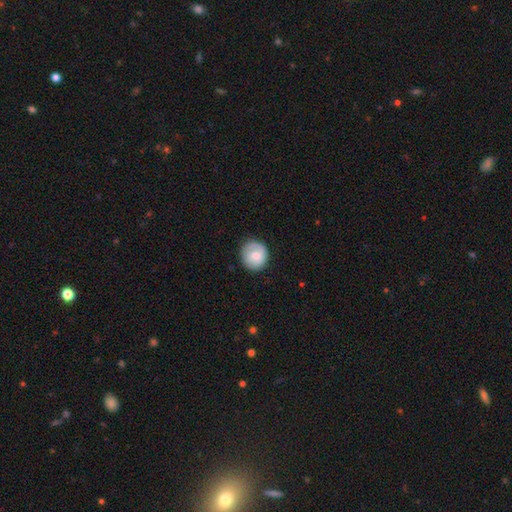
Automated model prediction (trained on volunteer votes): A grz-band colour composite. It shows a smooth galaxy with no disk features (71%) that is round (87%). Merging: none (79%).